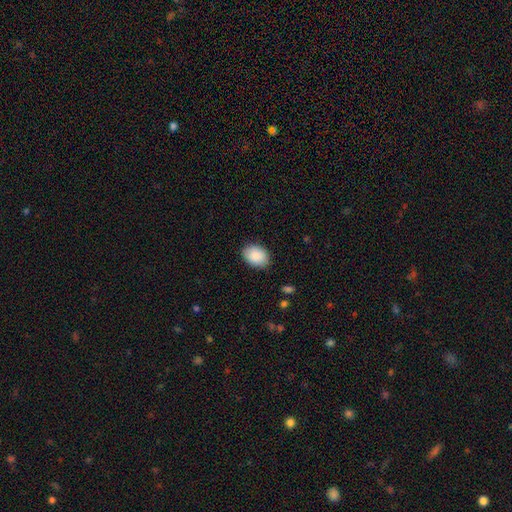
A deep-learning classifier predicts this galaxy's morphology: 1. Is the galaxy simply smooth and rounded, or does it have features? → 90% smooth, 6% star or artifact, 4% featured or disk.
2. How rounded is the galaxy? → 78% in between, 21% round, 1% cigar-shaped.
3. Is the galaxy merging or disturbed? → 85% none, 11% minor disturbance, 2% major disturbance, 1% merger.